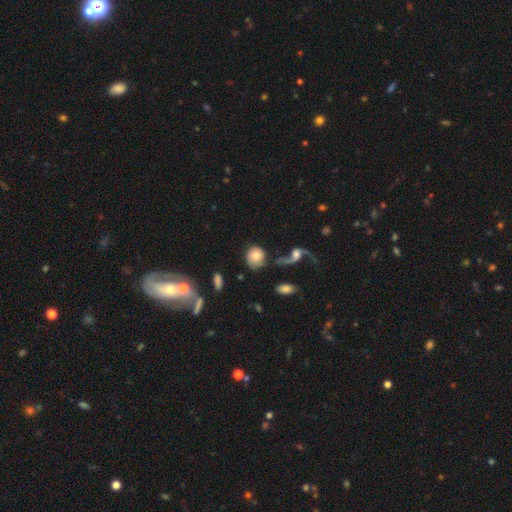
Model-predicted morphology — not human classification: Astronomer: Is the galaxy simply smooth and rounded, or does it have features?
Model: smooth — 66%.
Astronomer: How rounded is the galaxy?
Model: round — 77%.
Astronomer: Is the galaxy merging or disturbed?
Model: none — 56%.